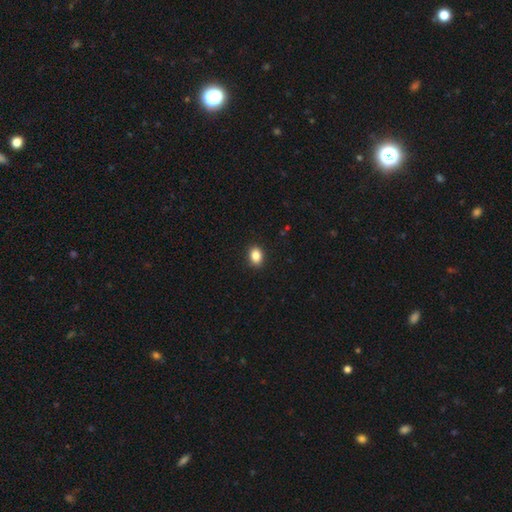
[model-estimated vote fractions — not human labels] Q: Smooth or featured?
A: smooth (86%); runner-up: star or artifact (10%)
Q: How rounded?
A: in between (66%); runner-up: round (33%)
Q: Merging?
A: none (89%); runner-up: minor disturbance (8%)